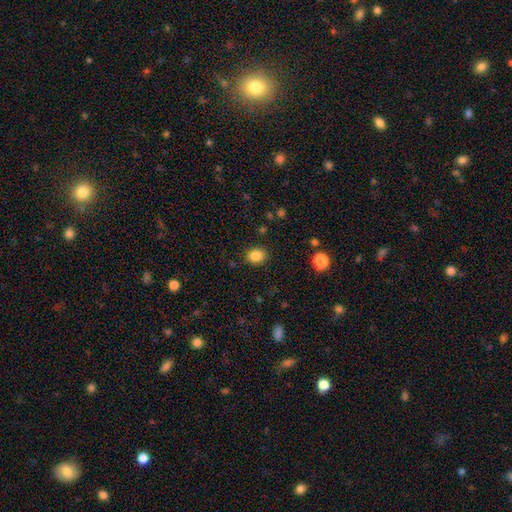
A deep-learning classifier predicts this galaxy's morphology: Overall: smooth (85%). How rounded: round (55%; in between 44%). Merging: none (87%).